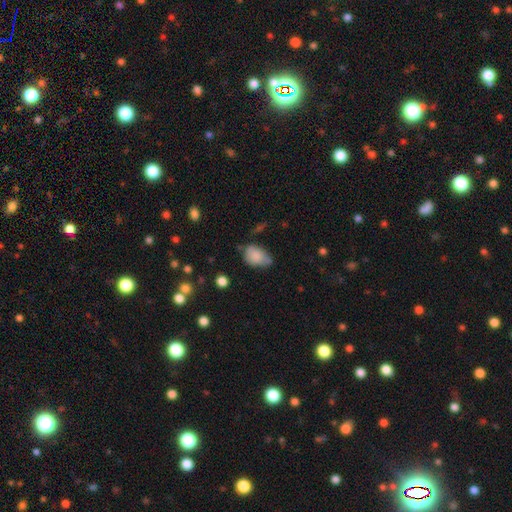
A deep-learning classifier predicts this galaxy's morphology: The model was most divided on "merging": none: 44%, minor disturbance: 38%, major disturbance: 11%, merger: 8%. More confident: smooth or featured — smooth (80%); how rounded — in between (78%).